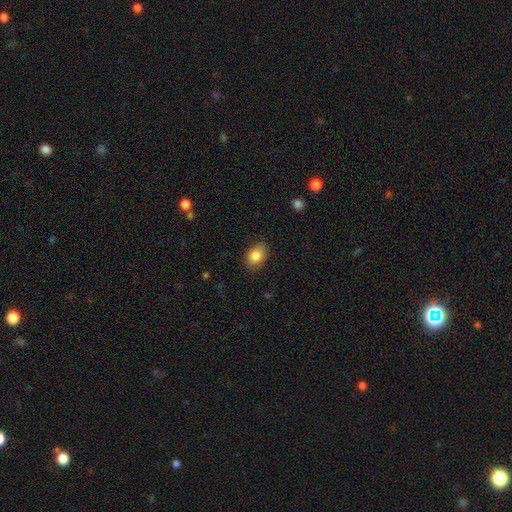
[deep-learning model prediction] Smooth or featured?
  - smooth: 85% *
  - star or artifact: 8%
  - featured or disk: 7%
How rounded?
  - in between: 79% *
  - round: 20%
  - cigar-shaped: 1%
Merging?
  - none: 84% *
  - minor disturbance: 12%
  - major disturbance: 3%
  - merger: 1%